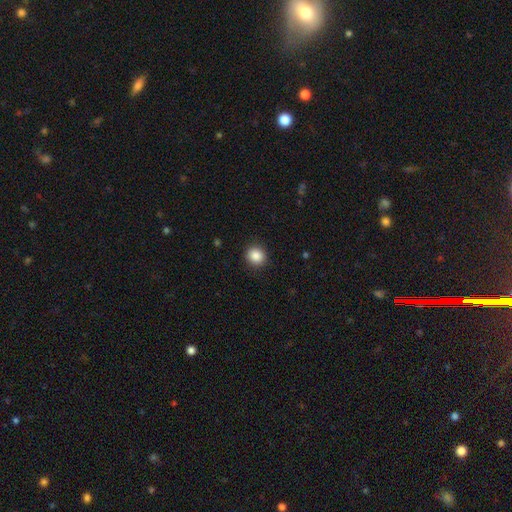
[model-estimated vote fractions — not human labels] Q: Smooth or featured?
A: smooth (87%); runner-up: star or artifact (9%)
Q: How rounded?
A: round (86%); runner-up: in between (13%)
Q: Merging?
A: none (91%); runner-up: minor disturbance (6%)